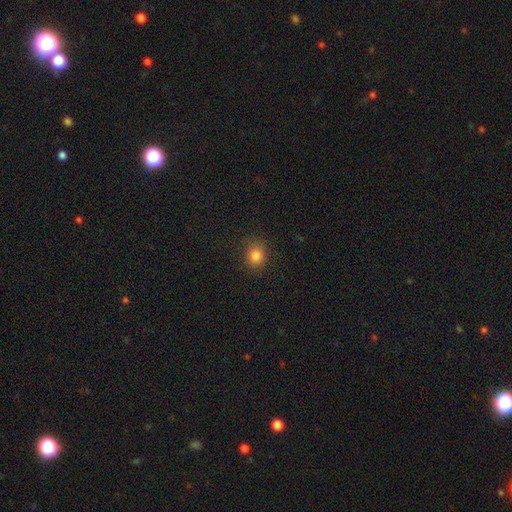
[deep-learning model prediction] The model was most divided on "how rounded": round: 70%, in between: 29%, cigar-shaped: 1%. More confident: merging — none (84%); smooth or featured — smooth (82%).